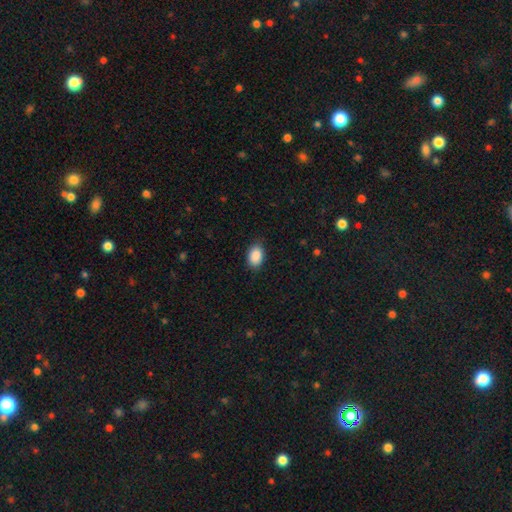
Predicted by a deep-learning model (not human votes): The model was most divided on "merging": none: 84%, minor disturbance: 13%, major disturbance: 3%, merger: 1%. More confident: smooth or featured — smooth (90%); how rounded — in between (87%).